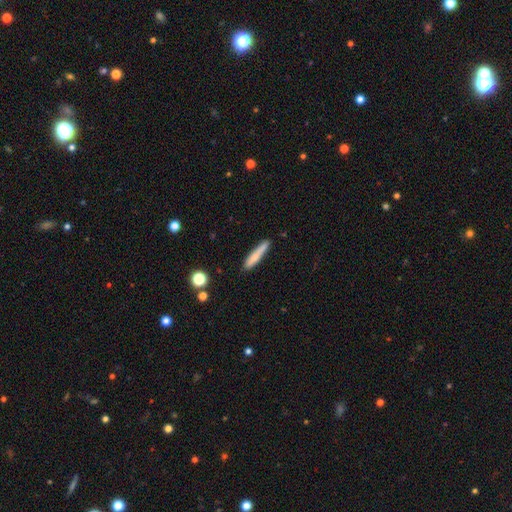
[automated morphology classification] smooth 72%, featured or disk 21%, star or artifact 7%. Down the decision tree: how rounded — cigar-shaped (91%); merging — none (79%).